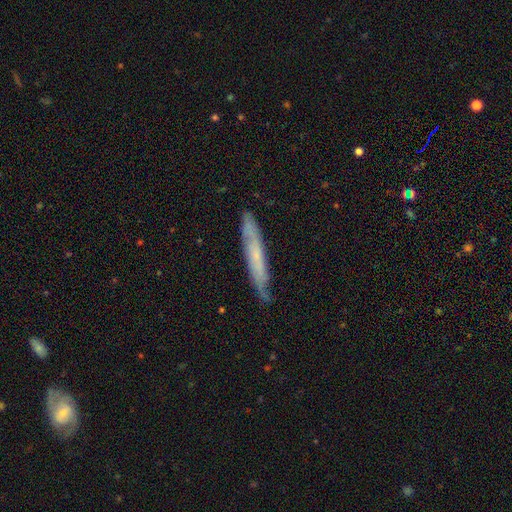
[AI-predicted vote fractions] Smooth or featured? featured or disk (53%)
Edge-on disk? yes (69%)
Merging? none (78%)